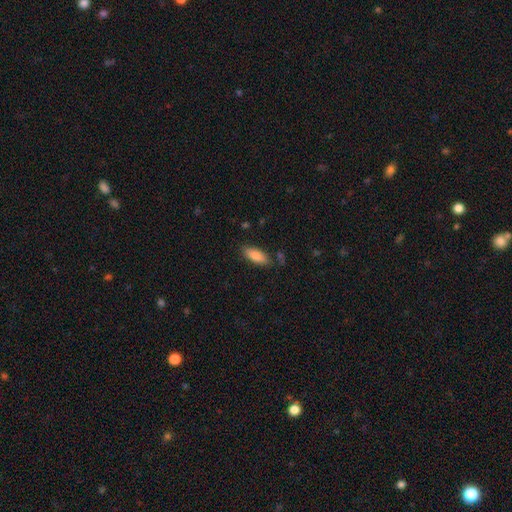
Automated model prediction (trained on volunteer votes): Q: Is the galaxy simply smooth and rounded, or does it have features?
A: smooth — 85%.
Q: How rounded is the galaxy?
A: in between — 77%.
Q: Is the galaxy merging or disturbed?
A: none — 80%.